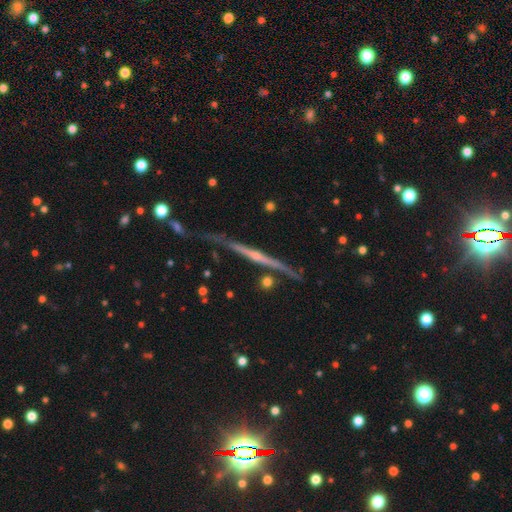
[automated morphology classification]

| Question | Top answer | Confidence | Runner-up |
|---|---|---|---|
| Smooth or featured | featured or disk | 69% | smooth (15%) |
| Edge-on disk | yes | 94% | no (6%) |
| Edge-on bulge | rounded | 51% | none (37%) |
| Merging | none | 74% | minor disturbance (15%) |